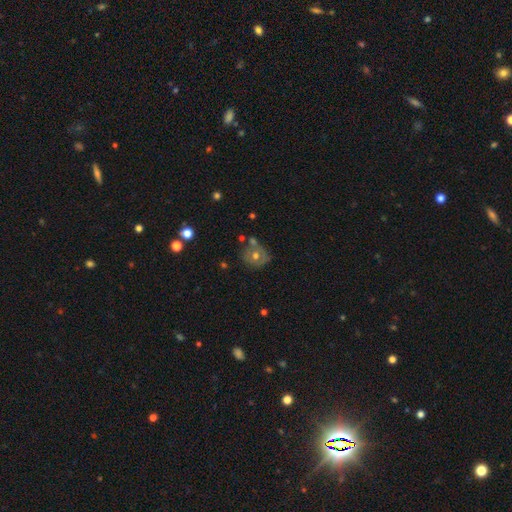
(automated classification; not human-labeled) This appears to be a smooth galaxy with no disk features (49%). Merging: none (56%).